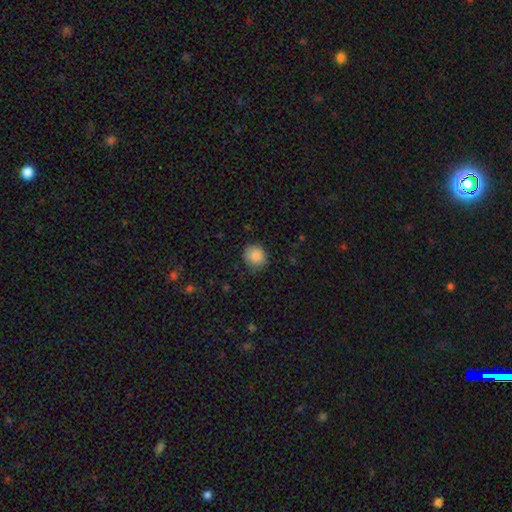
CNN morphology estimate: Smooth or featured?
  - smooth: 86% *
  - star or artifact: 9%
  - featured or disk: 5%
How rounded?
  - round: 84% *
  - in between: 15%
  - cigar-shaped: 1%
Merging?
  - none: 77% *
  - minor disturbance: 19%
  - major disturbance: 4%
  - merger: 1%